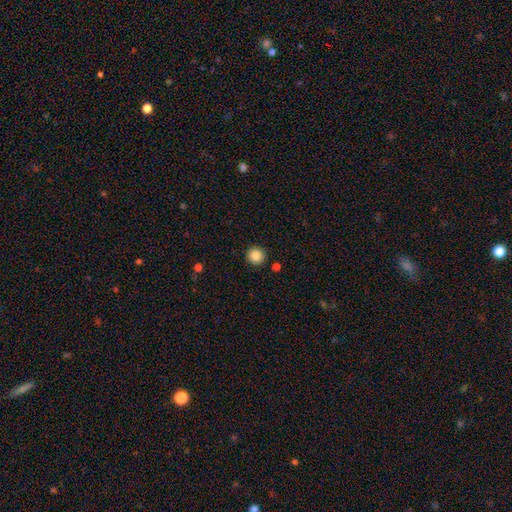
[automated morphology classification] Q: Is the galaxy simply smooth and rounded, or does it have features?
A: smooth — 86%.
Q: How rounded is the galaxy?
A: round — 95%.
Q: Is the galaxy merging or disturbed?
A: none — 91%.